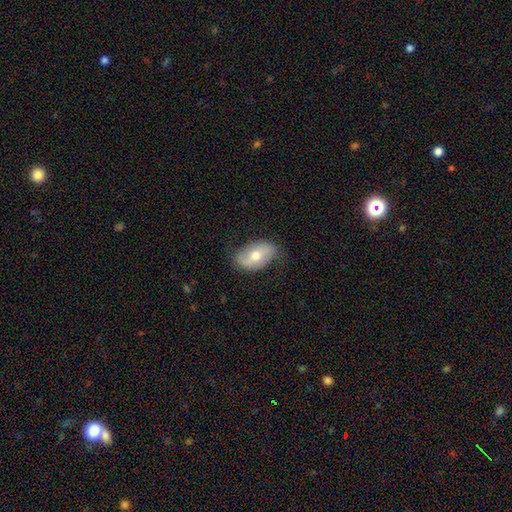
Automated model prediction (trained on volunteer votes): smooth 57%, featured or disk 36%, star or artifact 6%. Down the decision tree: how rounded — in between (91%); merging — none (74%).